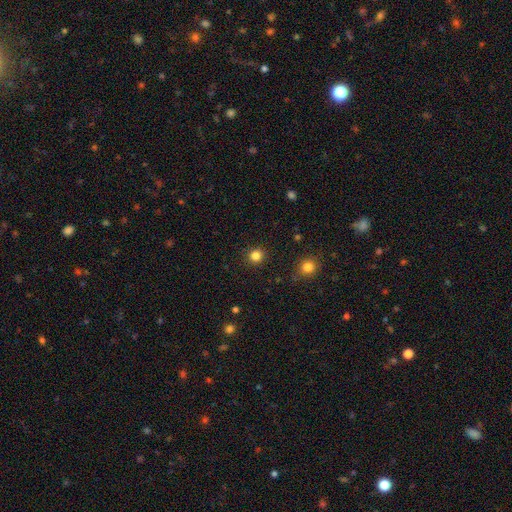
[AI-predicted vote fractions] smooth 82%, star or artifact 13%, featured or disk 4%. Down the decision tree: how rounded — round (91%); merging — none (91%).